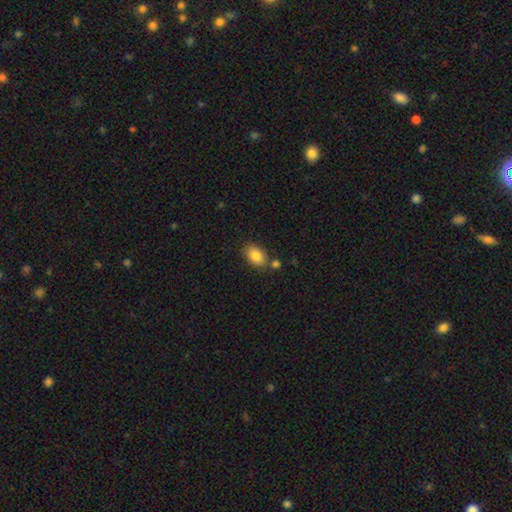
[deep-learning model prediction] Overall: smooth (85%). How rounded: in between (84%). Merging: none (71%).